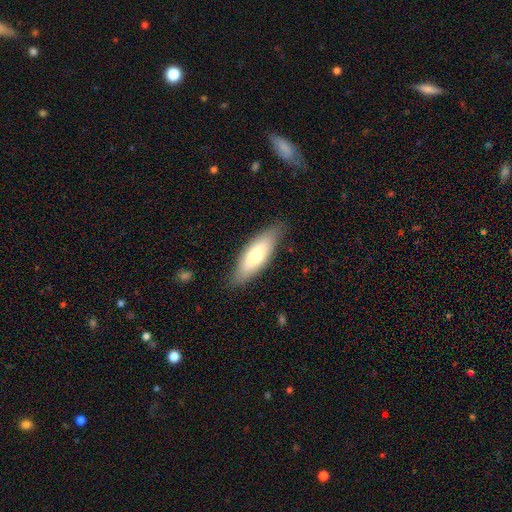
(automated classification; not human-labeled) A smooth galaxy with no disk features (68%) that is in between round and cigar-shaped (62%). Merging: none (82%).